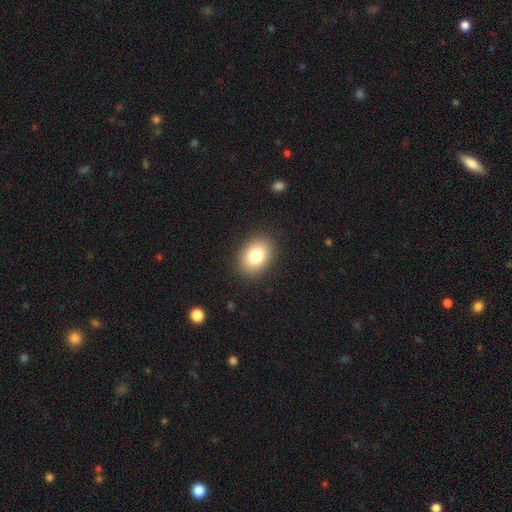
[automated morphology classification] This is clearly a smooth galaxy (81%). How rounded: likely in between (76%). Merging: clearly none (89%).